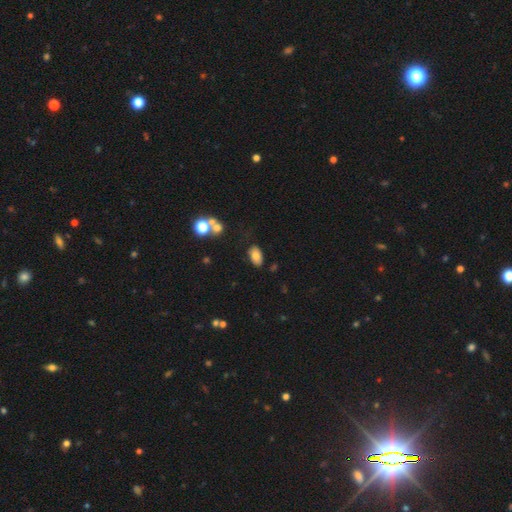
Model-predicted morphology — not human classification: smooth_or_featured: smooth (p=0.78) [alt: featured or disk p=0.12]
how_rounded: in between (p=0.92) [alt: round p=0.06]
merging: none (p=0.79) [alt: minor disturbance p=0.13]